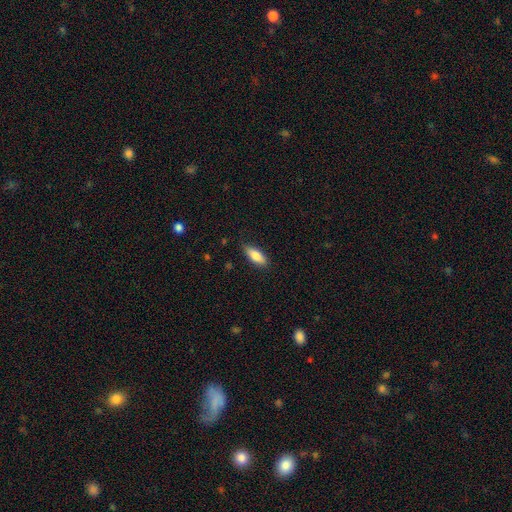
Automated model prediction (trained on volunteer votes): Smooth or featured? Predicted: smooth (p=0.80). How rounded? Predicted: in between (p=0.73). Merging? Predicted: none (p=0.84).